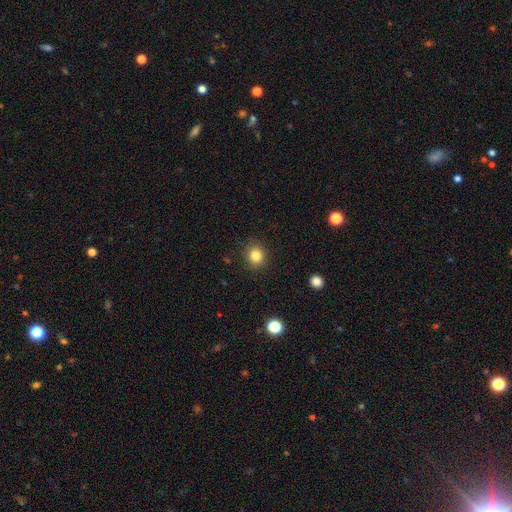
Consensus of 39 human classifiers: Smooth or featured? smooth (85%)
How rounded? round (79%)
Merging? none (94%)